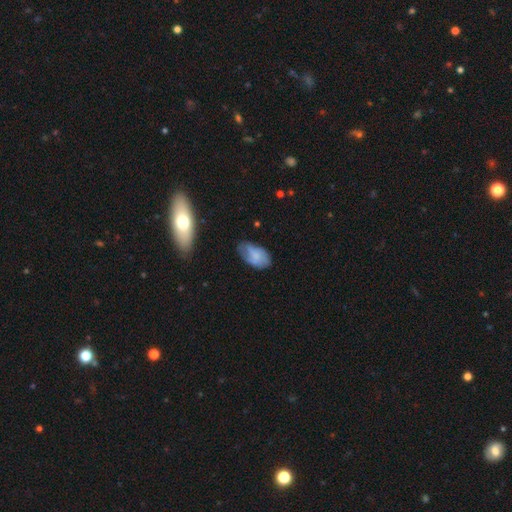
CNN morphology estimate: type=smooth (60%); roundness=in between (93%); merging=none (58%).